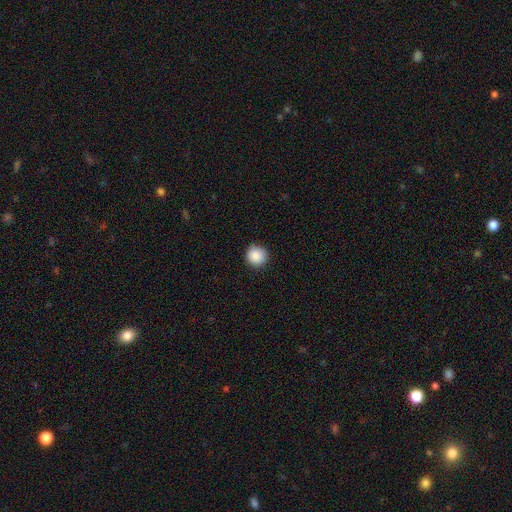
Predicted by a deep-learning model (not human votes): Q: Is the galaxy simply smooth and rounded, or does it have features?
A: smooth — 89%.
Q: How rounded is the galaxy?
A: round — 95%.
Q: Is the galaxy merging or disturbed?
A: none — 90%.